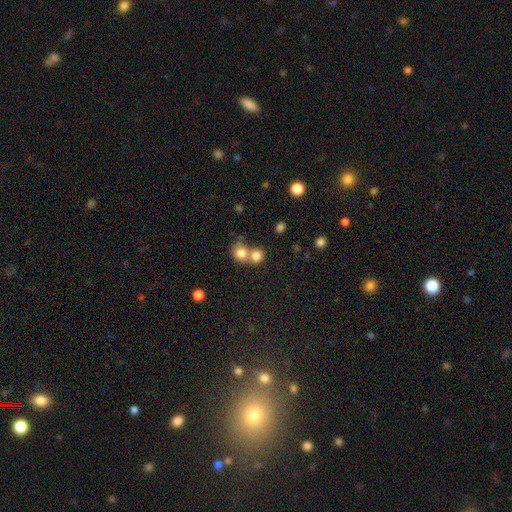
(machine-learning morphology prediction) Overall: smooth (80%). How rounded: round (79%). Merging: merger (54%; none 37%).